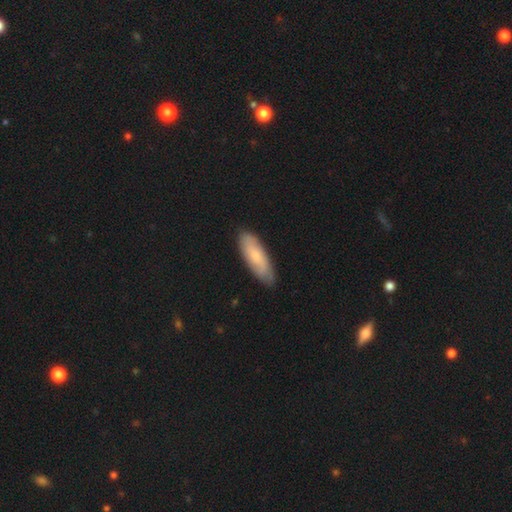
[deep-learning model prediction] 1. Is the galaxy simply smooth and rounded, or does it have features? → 72% smooth, 23% featured or disk, 5% star or artifact.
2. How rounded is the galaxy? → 57% in between, 41% cigar-shaped, 2% round.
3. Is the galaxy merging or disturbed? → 82% none, 14% minor disturbance, 2% major disturbance, 1% merger.